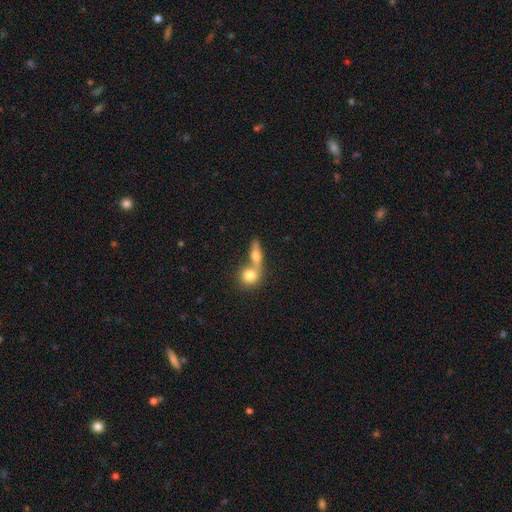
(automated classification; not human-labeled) This is likely a smooth galaxy (61%). How rounded: possibly in between (46%). Merging: possibly merger (55%).